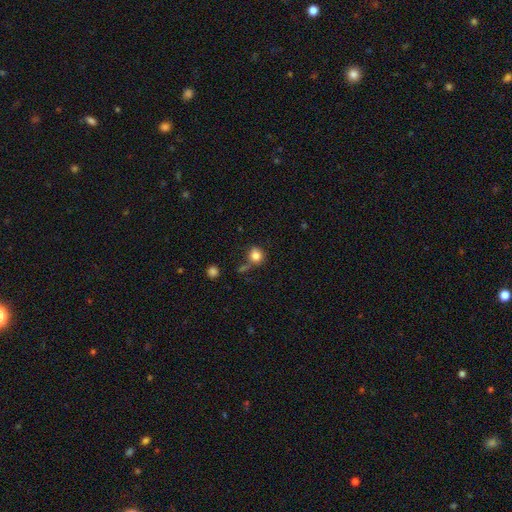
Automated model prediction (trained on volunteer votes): Overall: smooth (81%). How rounded: round (85%). Merging: none (59%; minor disturbance 19%).